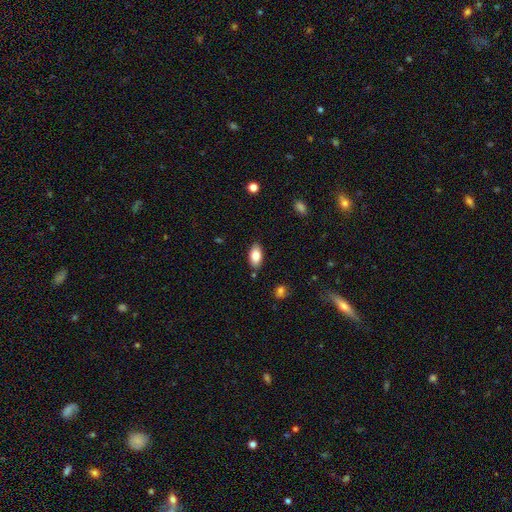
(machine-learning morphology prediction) The model was most divided on "smooth or featured": smooth: 84%, featured or disk: 9%, star or artifact: 7%. More confident: how rounded — in between (93%); merging — none (85%).